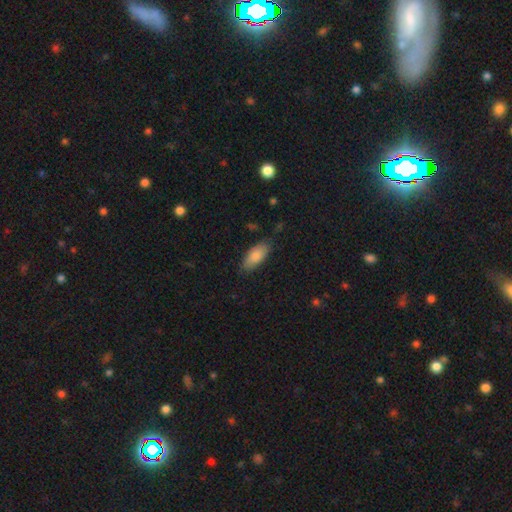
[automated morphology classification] smooth-or-featured: smooth: 83% | featured or disk: 11% | star or artifact: 6%
  how-rounded: in between: 86% | cigar-shaped: 12% | round: 2%
  merging: none: 77% | minor disturbance: 18% | major disturbance: 4% | merger: 2%